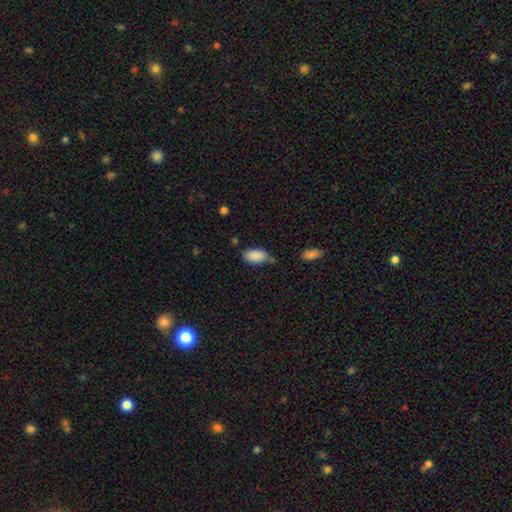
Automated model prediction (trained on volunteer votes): A smooth galaxy with no disk features (89%) that is in between round and cigar-shaped (93%).

Vote fractions:
- Smooth or featured? smooth: 89% / star or artifact: 7% / featured or disk: 4%
- How rounded? in between: 93% / cigar-shaped: 3% / round: 3%
- Merging? none: 62% / minor disturbance: 26% / merger: 7% / major disturbance: 6%